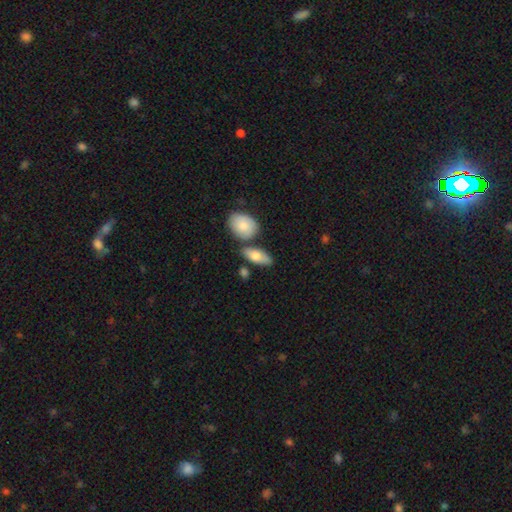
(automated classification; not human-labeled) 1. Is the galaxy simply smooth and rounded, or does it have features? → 75% smooth, 19% featured or disk, 6% star or artifact.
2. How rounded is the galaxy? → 82% in between, 13% cigar-shaped, 5% round.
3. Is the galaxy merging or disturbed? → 67% none, 15% merger, 14% minor disturbance, 4% major disturbance.